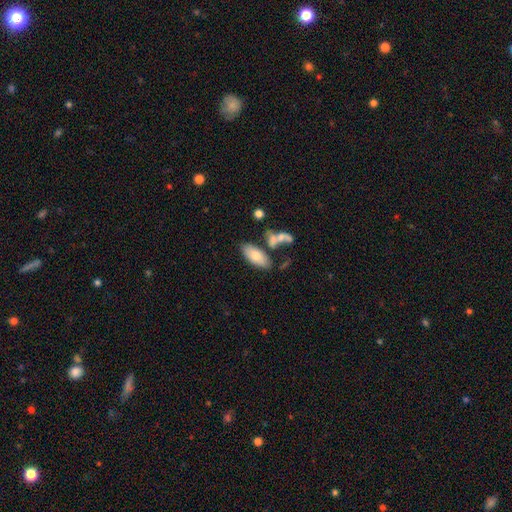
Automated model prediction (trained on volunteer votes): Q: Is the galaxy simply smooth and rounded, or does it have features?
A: smooth — 72%.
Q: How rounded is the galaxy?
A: in between — 87%.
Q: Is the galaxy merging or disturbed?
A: none — 64%.